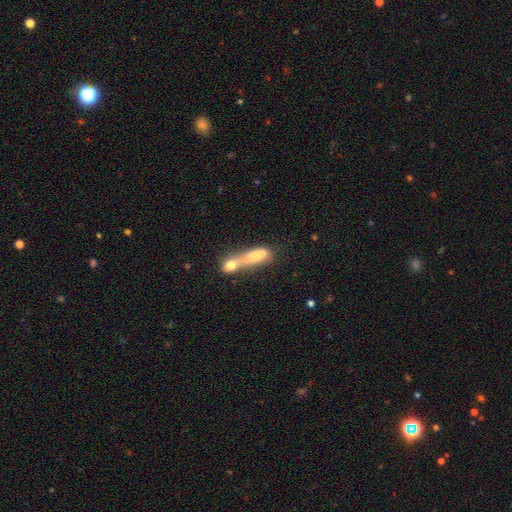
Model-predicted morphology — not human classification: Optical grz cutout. It shows a smooth galaxy with no disk features (61%) that is cigar-shaped (53%). Merging: merger (63%).